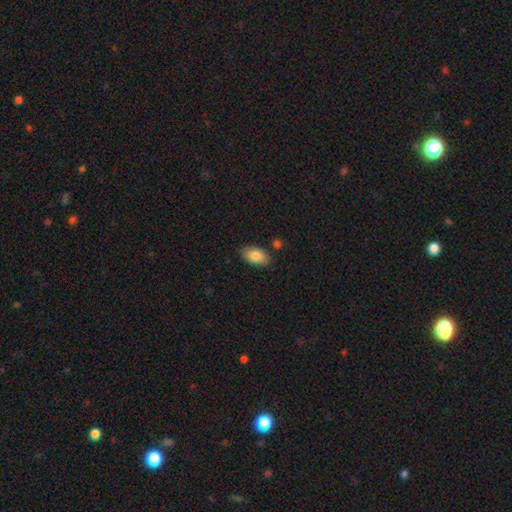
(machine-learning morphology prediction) Smooth or featured? smooth (82%)
How rounded? in between (93%)
Merging? none (84%)